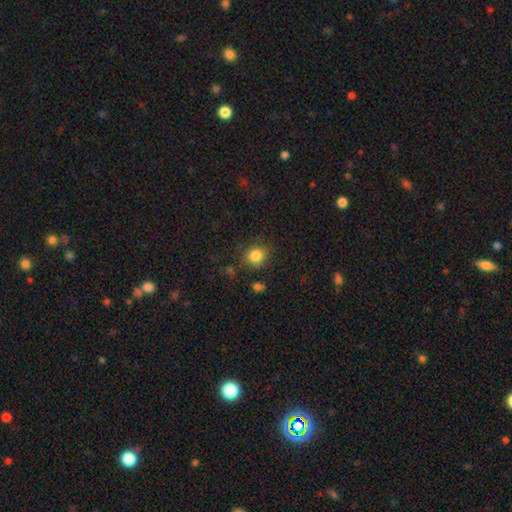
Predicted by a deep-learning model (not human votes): Smooth or featured? smooth (84%)
How rounded? round (76%)
Merging? none (78%)